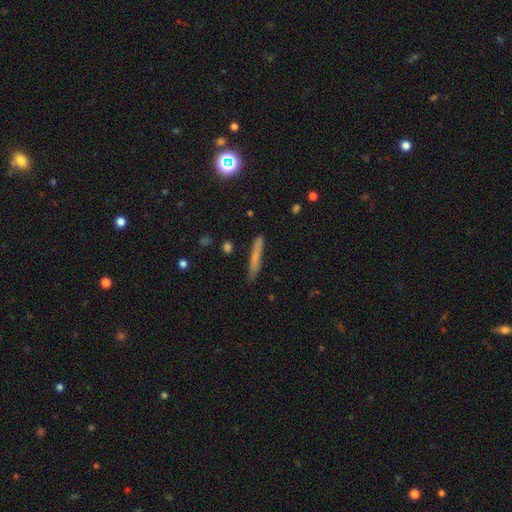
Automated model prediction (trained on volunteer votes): Overall: smooth (67%). How rounded: cigar-shaped (94%). Merging: none (84%).